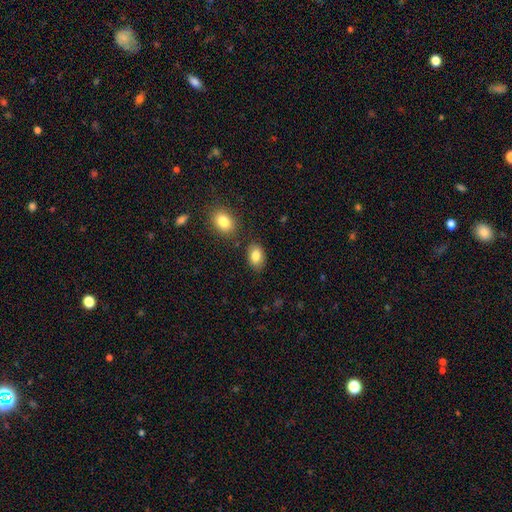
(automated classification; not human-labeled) Q: Smooth or featured?
A: smooth (83%); runner-up: featured or disk (8%)
Q: How rounded?
A: in between (84%); runner-up: round (15%)
Q: Merging?
A: none (79%); runner-up: minor disturbance (12%)